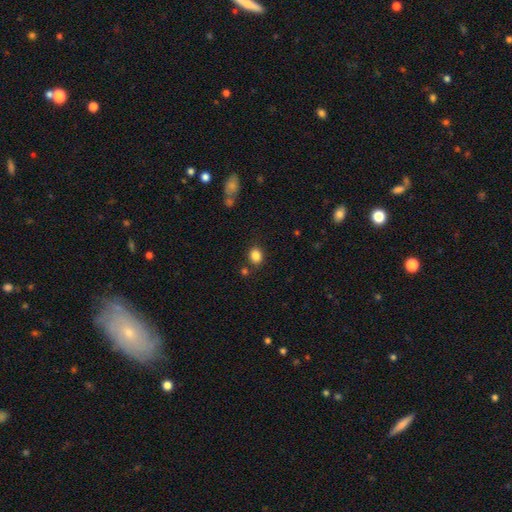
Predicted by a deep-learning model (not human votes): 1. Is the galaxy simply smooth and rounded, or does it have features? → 85% smooth, 11% star or artifact, 5% featured or disk.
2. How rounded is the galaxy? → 61% round, 38% in between, 1% cigar-shaped.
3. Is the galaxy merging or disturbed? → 80% none, 10% minor disturbance, 6% merger, 3% major disturbance.